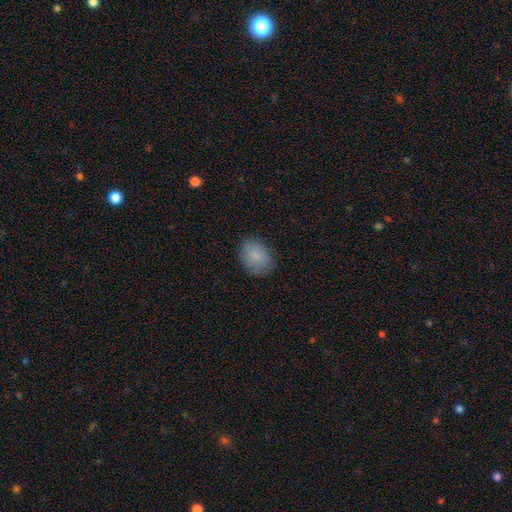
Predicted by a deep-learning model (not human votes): Morphology: type=smooth (84%); roundness=in between (59%); merging=none (79%).